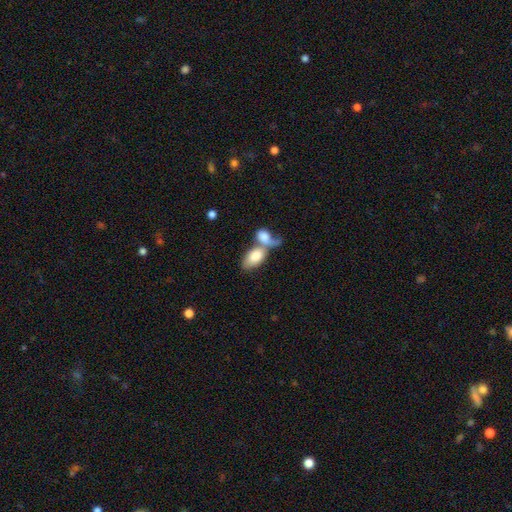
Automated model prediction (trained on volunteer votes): Smooth or featured? Predicted: smooth (p=0.78). How rounded? Predicted: in between (p=0.91). Merging? Predicted: merger (p=0.71).